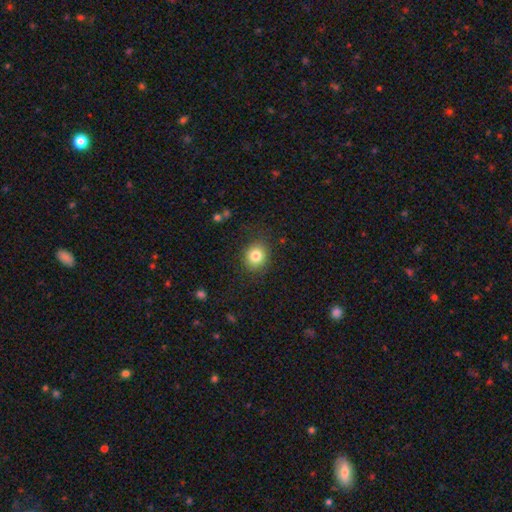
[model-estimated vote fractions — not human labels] smooth_or_featured: smooth (p=0.82) [alt: star or artifact p=0.10]
how_rounded: round (p=0.77) [alt: in between p=0.22]
merging: none (p=0.86) [alt: minor disturbance p=0.10]